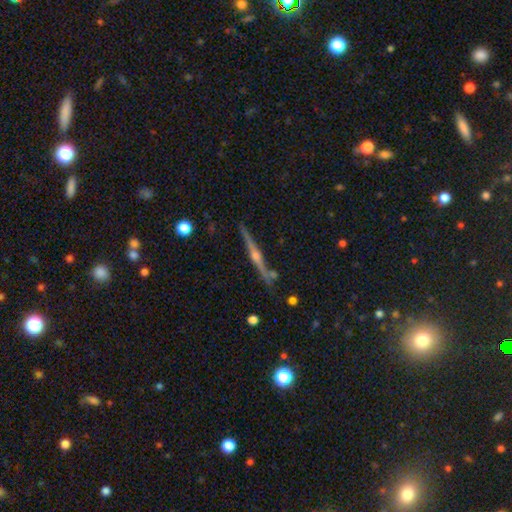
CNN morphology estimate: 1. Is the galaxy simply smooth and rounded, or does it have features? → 85% featured or disk, 9% smooth, 6% star or artifact.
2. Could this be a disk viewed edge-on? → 98% yes, 2% no.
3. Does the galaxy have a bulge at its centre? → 91% rounded, 4% none, 4% boxy.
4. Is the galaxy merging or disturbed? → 86% none, 9% minor disturbance, 3% merger, 2% major disturbance.